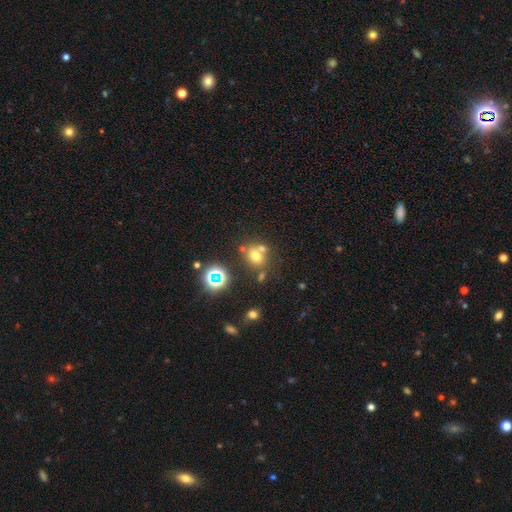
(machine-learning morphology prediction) Smooth or featured? Predicted: smooth (p=0.65). How rounded? Predicted: round (p=0.65). Merging? Predicted: none (p=0.57).